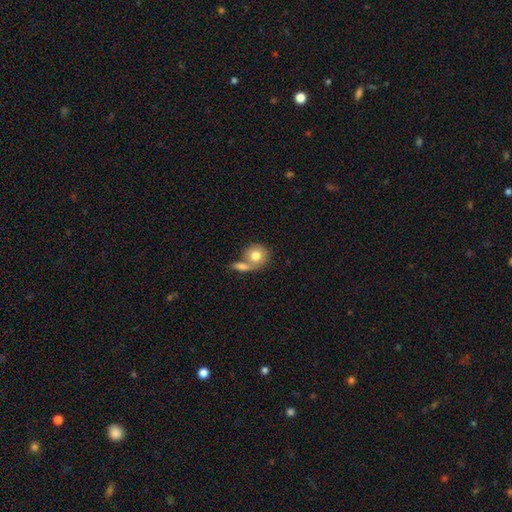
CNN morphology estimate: A smooth galaxy with no disk features (77%) that is round (79%). Merging: merger (46%).